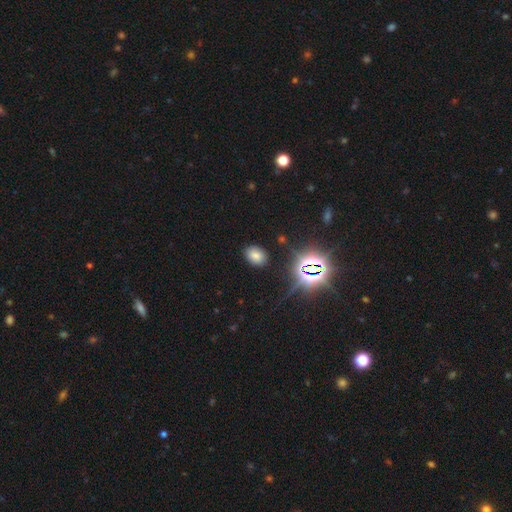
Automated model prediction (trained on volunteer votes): Smooth or featured? smooth (70%)
How rounded? in between (77%)
Merging? none (86%)